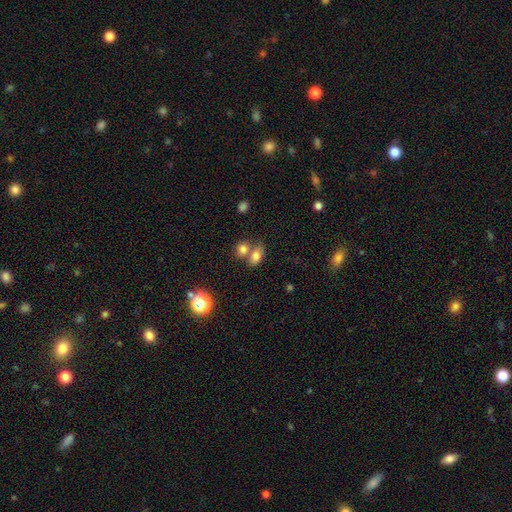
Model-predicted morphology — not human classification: The model was most divided on "merging": merger: 45%, none: 40%, minor disturbance: 10%, major disturbance: 4%. More confident: how rounded — in between (83%); smooth or featured — smooth (79%).